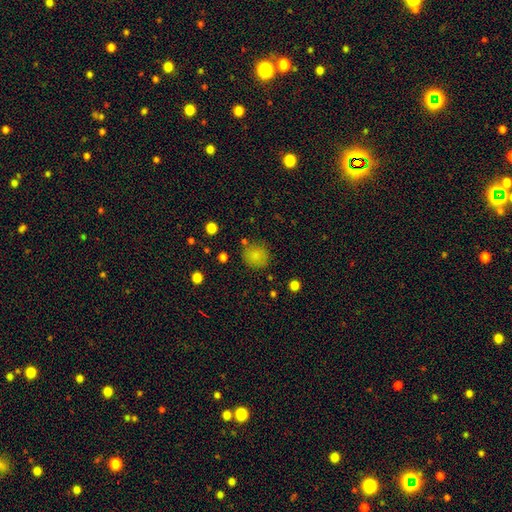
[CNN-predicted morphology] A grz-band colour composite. It shows a smooth galaxy with no disk features (82%) that is round (88%). Merging: none (80%).